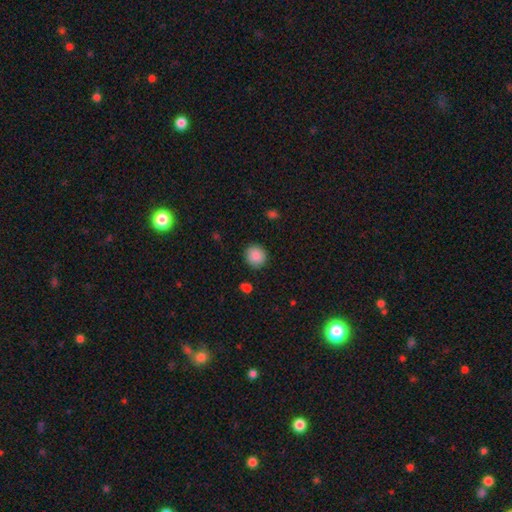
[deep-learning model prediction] Smooth or featured? Predicted: smooth (p=0.89). How rounded? Predicted: round (p=0.88). Merging? Predicted: none (p=0.90).